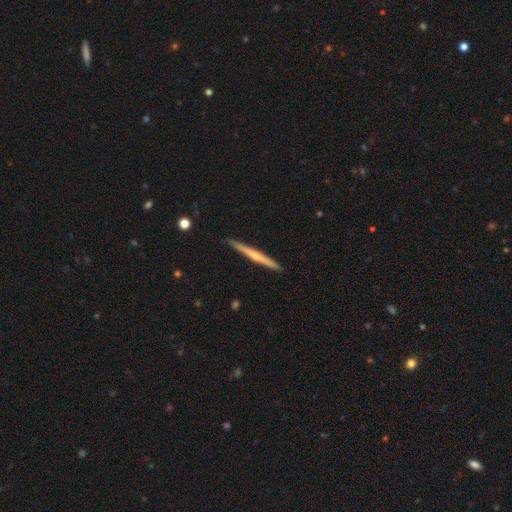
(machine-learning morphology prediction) This is likely a featured or disk galaxy (61%). It is clearly viewed edge-on (98%). Edge-on bulge: possibly rounded (54%). Merging: clearly none (91%).